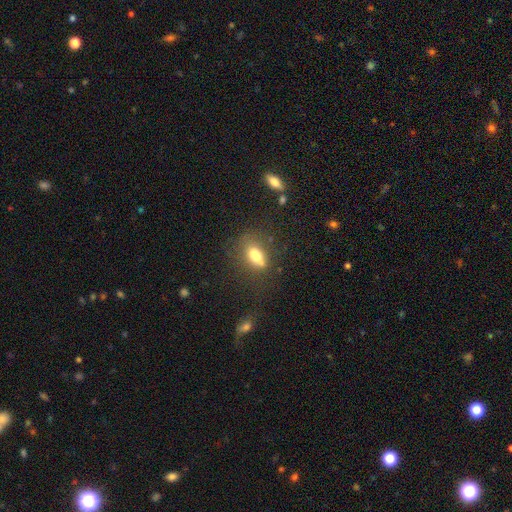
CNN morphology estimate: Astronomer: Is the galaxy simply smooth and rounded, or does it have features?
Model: smooth — 69%.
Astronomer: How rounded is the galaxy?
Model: in between — 80%.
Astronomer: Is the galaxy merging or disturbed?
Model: none — 47%.